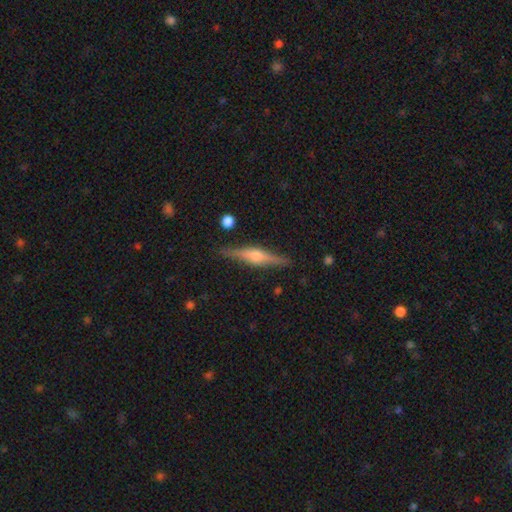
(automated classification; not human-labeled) Overall: featured or disk (76%). Edge-on disk: yes (98%). Edge-on bulge: rounded (88%). Merging: none (89%).